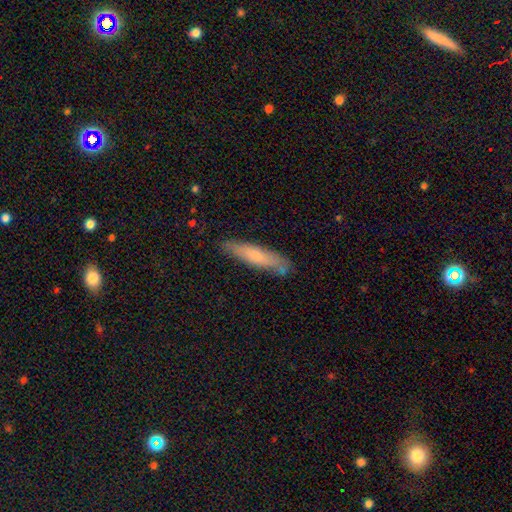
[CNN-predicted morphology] A smooth galaxy with no disk features (67%) that is cigar-shaped (81%). Merging: none (78%).